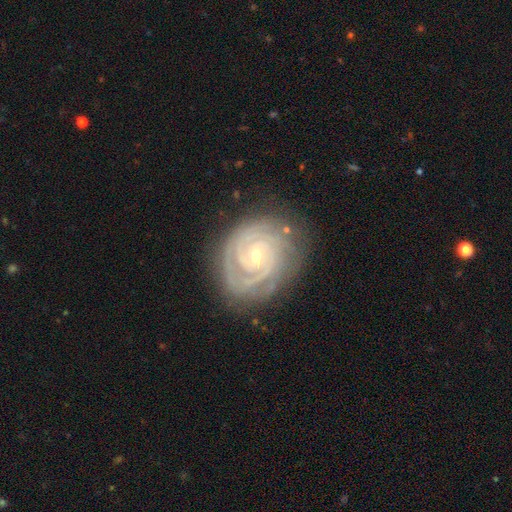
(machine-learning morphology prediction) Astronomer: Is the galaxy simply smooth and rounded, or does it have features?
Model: featured or disk — 91%.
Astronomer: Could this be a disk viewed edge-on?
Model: no — 98%.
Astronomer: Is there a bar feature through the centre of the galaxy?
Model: no — 50% (runner-up: weak, 37%).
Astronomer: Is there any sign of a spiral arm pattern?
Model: yes — 98%.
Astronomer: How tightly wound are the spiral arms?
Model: tight — 84%.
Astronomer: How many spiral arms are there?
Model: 2 — 33% (runner-up: 3, 29%).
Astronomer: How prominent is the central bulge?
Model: small — 67%.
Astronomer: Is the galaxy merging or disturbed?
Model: none — 80%.